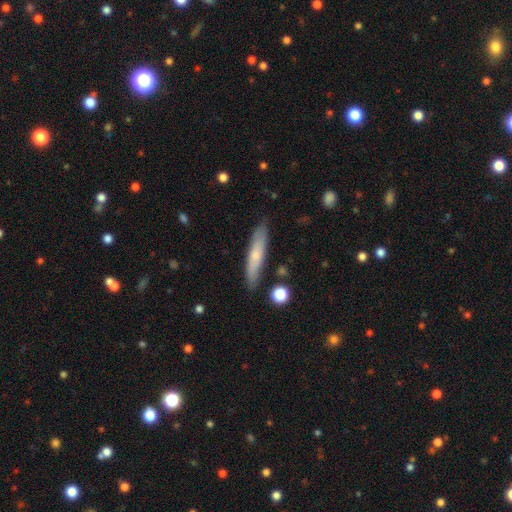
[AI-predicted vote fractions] This is likely a smooth galaxy (62%). How rounded: clearly cigar-shaped (87%). Merging: clearly none (84%).